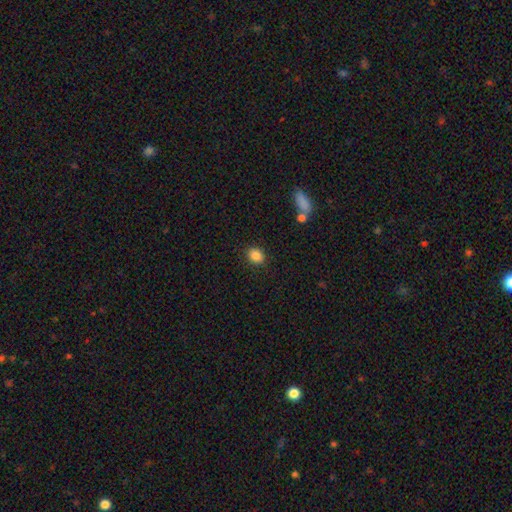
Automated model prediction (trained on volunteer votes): This appears to be a smooth galaxy with no disk features (86%) that is in between round and cigar-shaped (52%). Merging: none (87%).